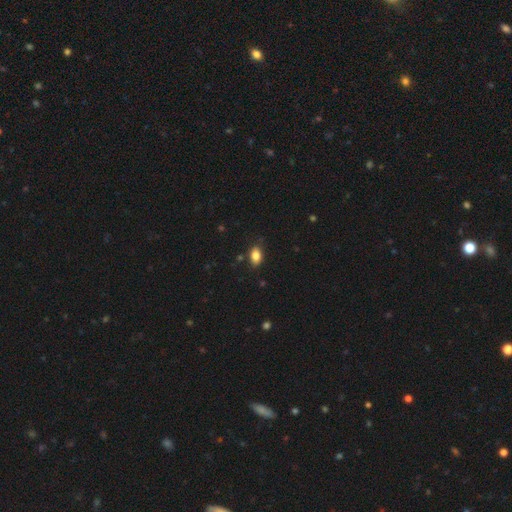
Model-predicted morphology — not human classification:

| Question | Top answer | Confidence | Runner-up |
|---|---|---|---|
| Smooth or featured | smooth | 85% | star or artifact (9%) |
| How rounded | in between | 86% | round (12%) |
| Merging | none | 85% | minor disturbance (11%) |